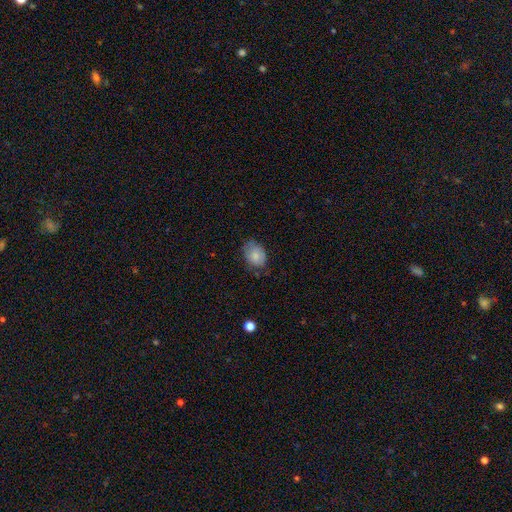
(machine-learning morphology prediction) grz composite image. It shows a smooth galaxy with no disk features (79%) that is in between round and cigar-shaped (68%). Merging: none (62%).